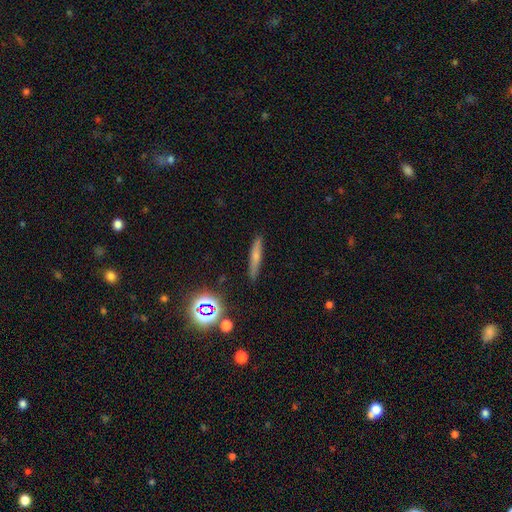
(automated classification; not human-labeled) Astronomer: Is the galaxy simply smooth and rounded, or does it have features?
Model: smooth — 59%.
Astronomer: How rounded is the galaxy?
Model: cigar-shaped — 89%.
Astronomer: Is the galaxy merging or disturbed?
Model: none — 86%.